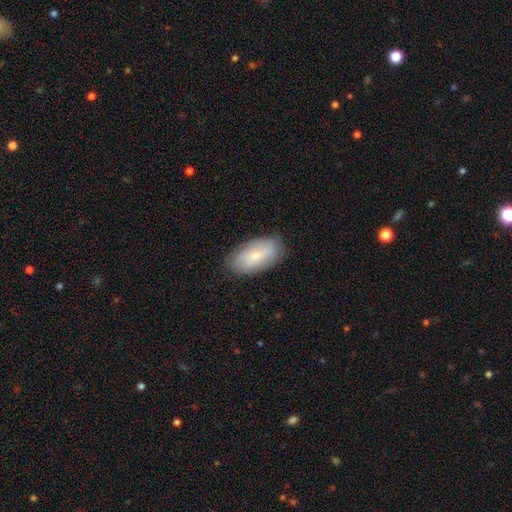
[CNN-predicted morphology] Q: Smooth or featured?
A: smooth (68%); runner-up: featured or disk (25%)
Q: How rounded?
A: in between (93%); runner-up: cigar-shaped (4%)
Q: Merging?
A: none (81%); runner-up: minor disturbance (15%)